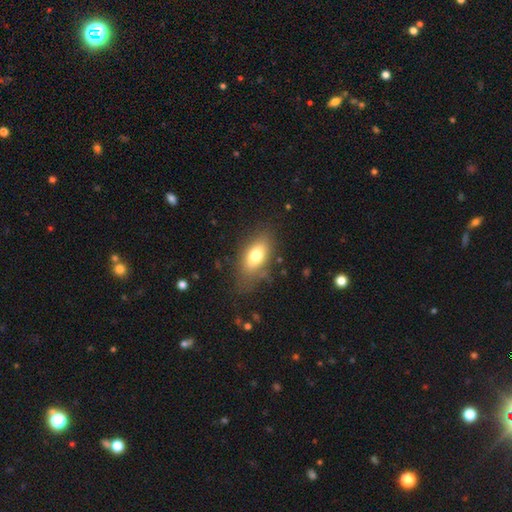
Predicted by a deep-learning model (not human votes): Morphology: type=smooth (74%); roundness=in between (86%); merging=none (76%).